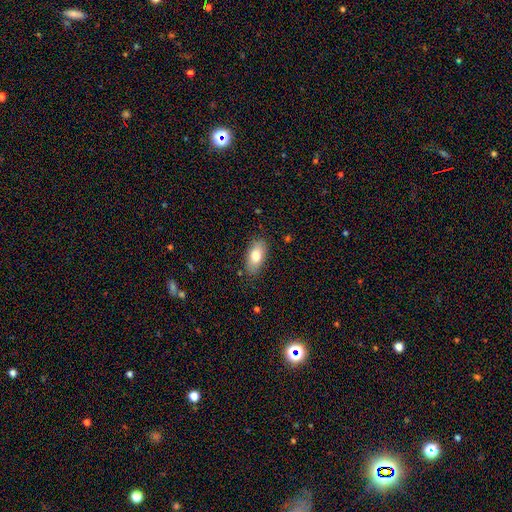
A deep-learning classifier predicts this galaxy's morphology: Smooth or featured? smooth (80%)
How rounded? in between (90%)
Merging? none (83%)